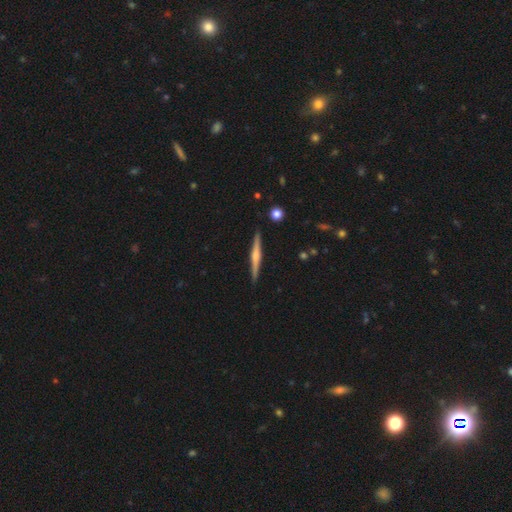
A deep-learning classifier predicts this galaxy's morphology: Smooth or featured? Predicted: featured or disk (p=0.71). Edge-on disk? Predicted: yes (p=0.98). Edge-on bulge? Predicted: rounded (p=0.79). Merging? Predicted: none (p=0.91).